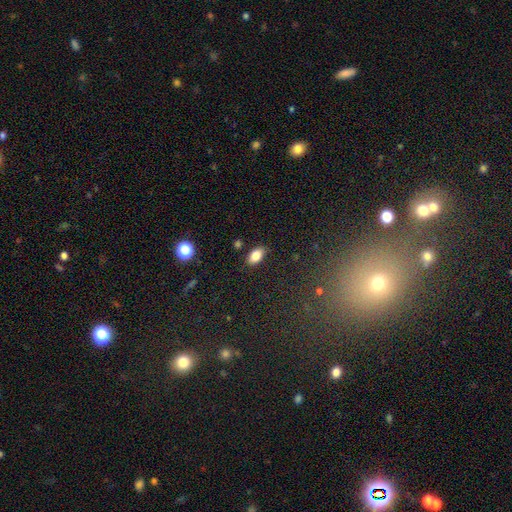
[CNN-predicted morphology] This is clearly a smooth galaxy (84%). How rounded: clearly in between (92%). Merging: clearly none (84%).